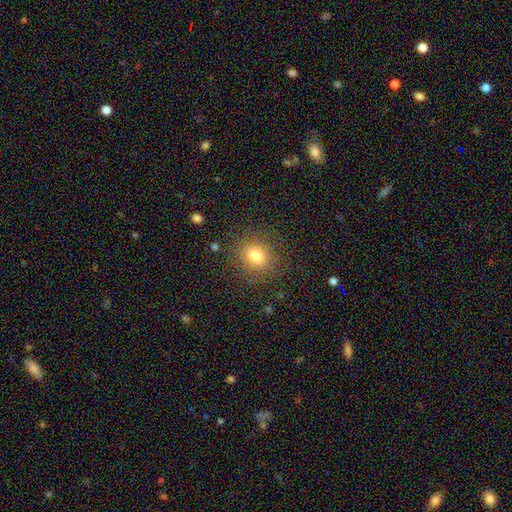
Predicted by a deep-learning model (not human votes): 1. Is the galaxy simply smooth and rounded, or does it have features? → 78% smooth, 14% star or artifact, 8% featured or disk.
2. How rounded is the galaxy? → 80% round, 19% in between, 1% cigar-shaped.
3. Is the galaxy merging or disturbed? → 86% none, 9% minor disturbance, 4% major disturbance, 1% merger.